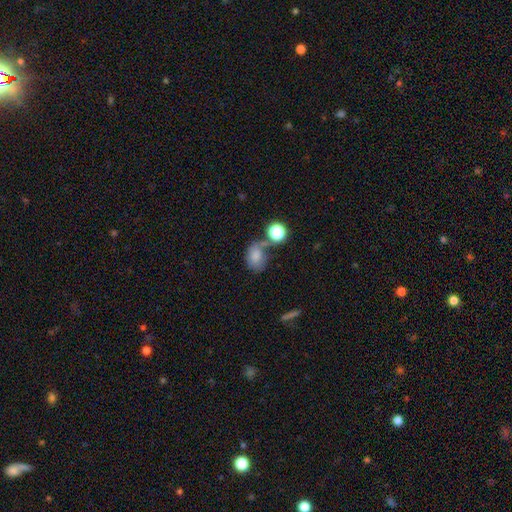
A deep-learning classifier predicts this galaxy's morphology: This appears to be a smooth galaxy with no disk features (76%) that is in between round and cigar-shaped (64%). Merging: none (42%).